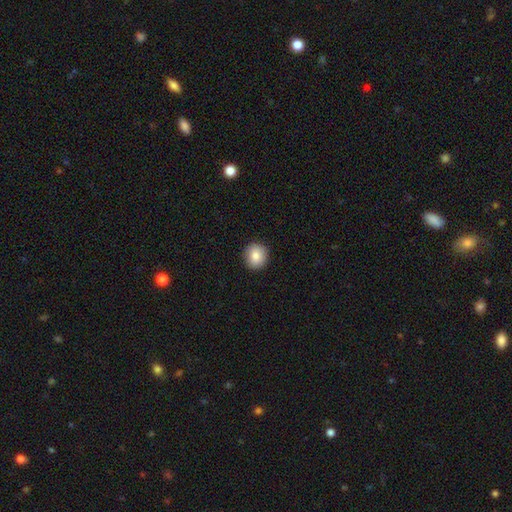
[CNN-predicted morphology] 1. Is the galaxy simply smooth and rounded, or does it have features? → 85% smooth, 8% star or artifact, 7% featured or disk.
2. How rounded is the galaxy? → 88% round, 11% in between, 1% cigar-shaped.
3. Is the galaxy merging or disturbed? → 91% none, 6% minor disturbance, 2% major disturbance, 1% merger.